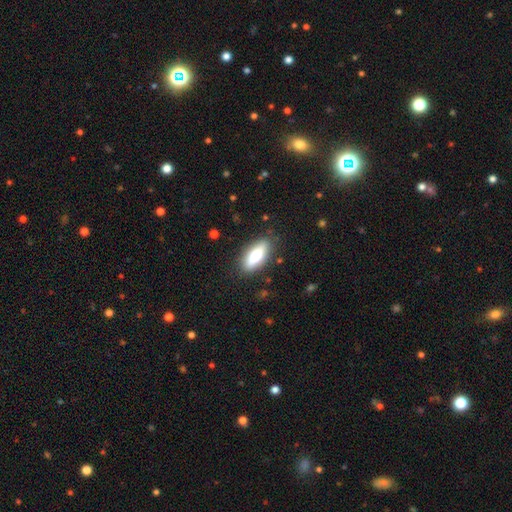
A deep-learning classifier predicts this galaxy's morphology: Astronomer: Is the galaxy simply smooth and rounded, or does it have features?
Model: smooth — 66%.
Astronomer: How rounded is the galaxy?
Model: in between — 71%.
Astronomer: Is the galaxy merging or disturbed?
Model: none — 85%.